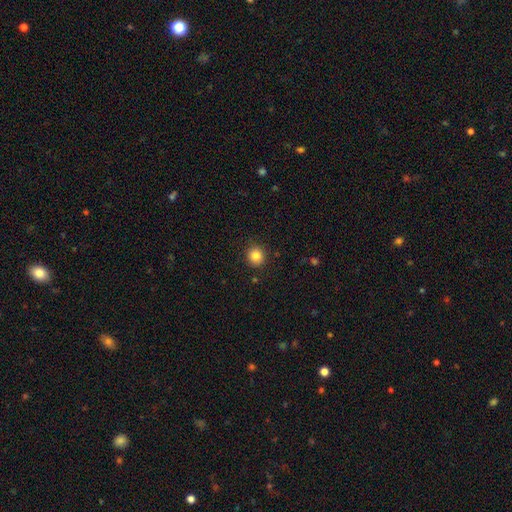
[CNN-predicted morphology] Smooth or featured? smooth (84%)
How rounded? round (90%)
Merging? none (90%)